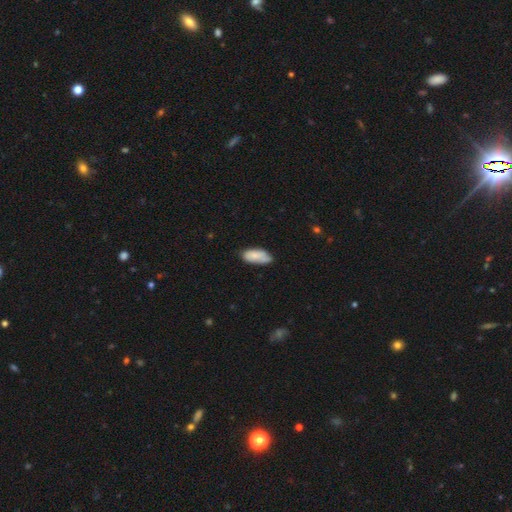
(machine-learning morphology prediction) Smooth or featured?
  - smooth: 81% *
  - featured or disk: 13%
  - star or artifact: 6%
How rounded?
  - in between: 87% *
  - cigar-shaped: 12%
  - round: 2%
Merging?
  - none: 65% *
  - minor disturbance: 28%
  - major disturbance: 5%
  - merger: 2%